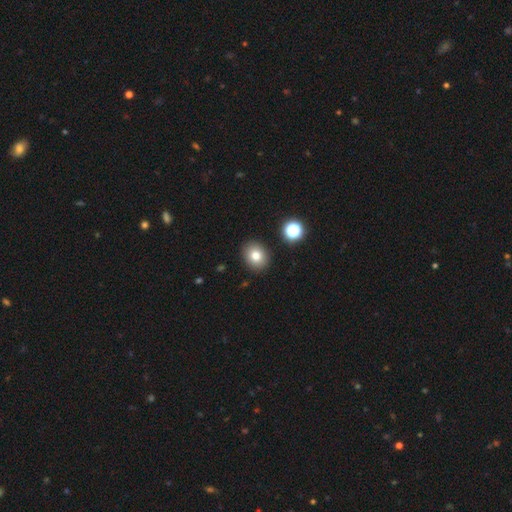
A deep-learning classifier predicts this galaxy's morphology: The model was most divided on "how rounded": round: 60%, in between: 39%, cigar-shaped: 1%. More confident: merging — none (89%); smooth or featured — smooth (79%).